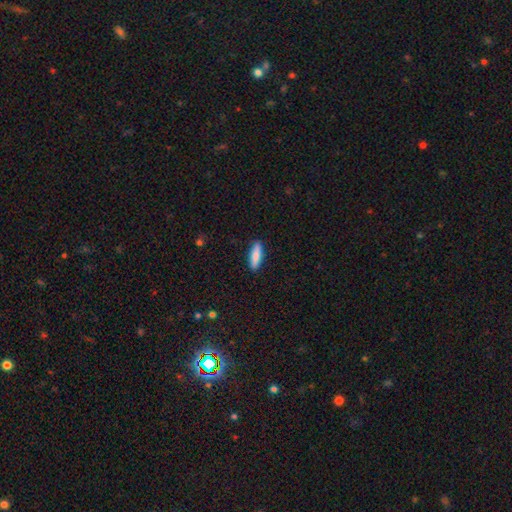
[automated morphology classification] The model was most divided on "how rounded": cigar-shaped: 65%, in between: 33%, round: 2%. More confident: merging — none (90%); smooth or featured — smooth (82%).